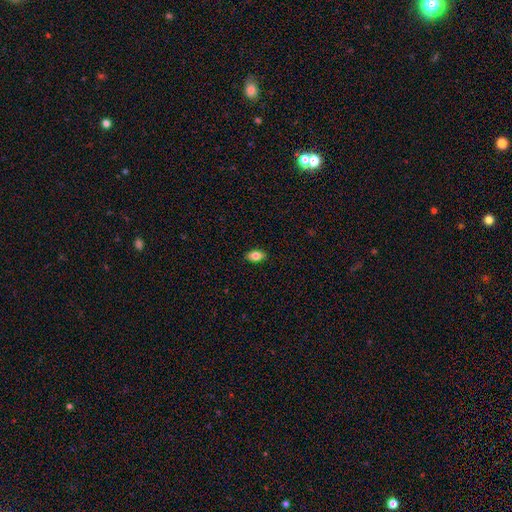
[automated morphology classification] Smooth or featured? Predicted: smooth (p=0.81). How rounded? Predicted: in between (p=0.89). Merging? Predicted: none (p=0.89).